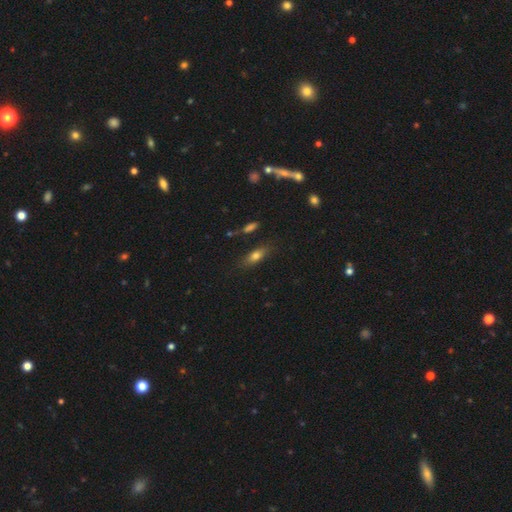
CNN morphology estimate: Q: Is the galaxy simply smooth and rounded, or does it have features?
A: smooth — 73%.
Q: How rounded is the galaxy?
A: in between — 68%.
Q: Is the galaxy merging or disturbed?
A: none — 75%.